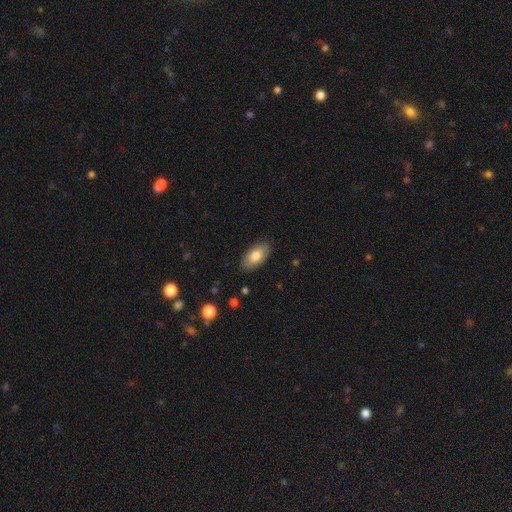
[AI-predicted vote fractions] smooth-or-featured: smooth: 81% | featured or disk: 13% | star or artifact: 6%
  how-rounded: in between: 93% | cigar-shaped: 4% | round: 3%
  merging: none: 87% | minor disturbance: 10% | major disturbance: 2% | merger: 1%